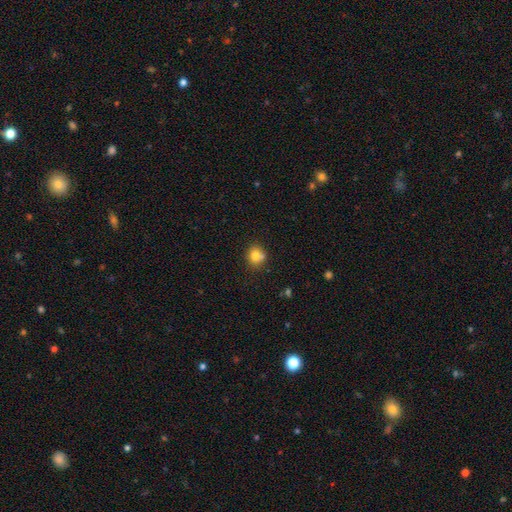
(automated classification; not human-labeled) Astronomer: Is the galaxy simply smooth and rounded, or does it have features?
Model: smooth — 77%.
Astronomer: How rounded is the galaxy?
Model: round — 78%.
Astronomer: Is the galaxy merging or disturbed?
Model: none — 63%.